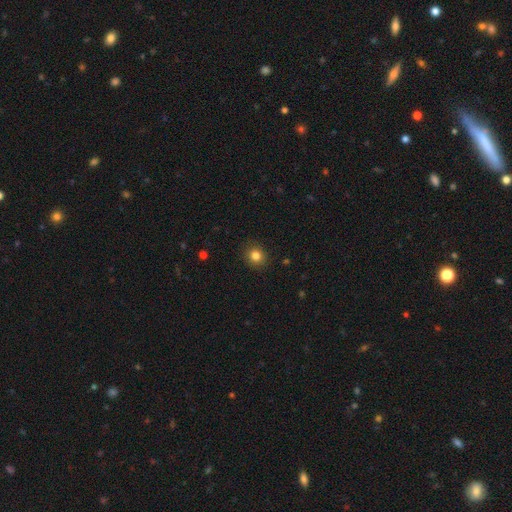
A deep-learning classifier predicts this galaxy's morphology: smooth 82%, star or artifact 12%, featured or disk 6%. Down the decision tree: how rounded — round (84%); merging — none (90%).